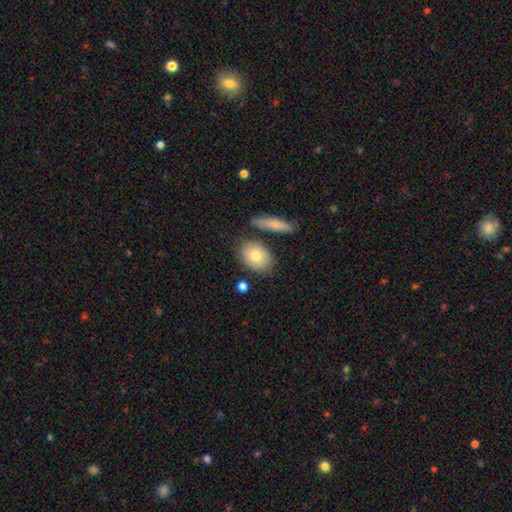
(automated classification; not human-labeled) Q: Smooth or featured?
A: smooth (77%); runner-up: featured or disk (16%)
Q: How rounded?
A: in between (71%); runner-up: round (26%)
Q: Merging?
A: none (75%); runner-up: minor disturbance (13%)